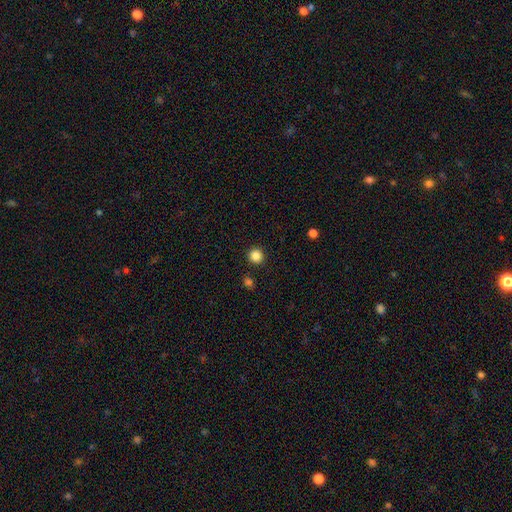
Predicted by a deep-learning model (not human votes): smooth_or_featured: smooth (p=0.85) [alt: star or artifact p=0.11]
how_rounded: round (p=0.95) [alt: in between p=0.04]
merging: none (p=0.91) [alt: minor disturbance p=0.05]